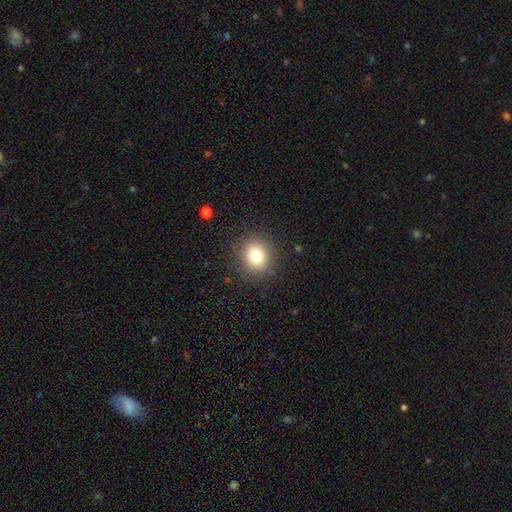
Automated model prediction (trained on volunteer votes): This is likely a smooth galaxy (78%). How rounded: clearly round (82%). Merging: clearly none (88%).